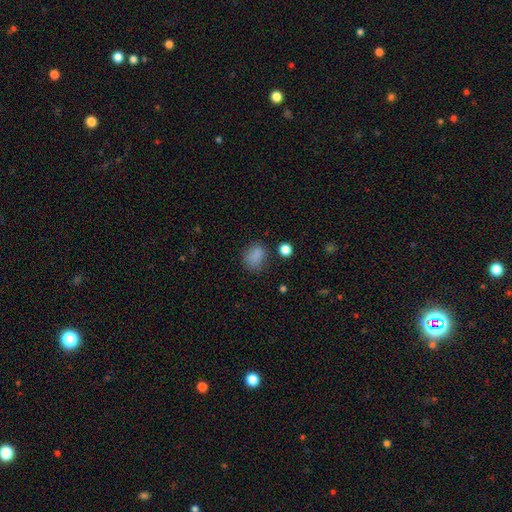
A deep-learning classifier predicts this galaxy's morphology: smooth 82%, star or artifact 13%, featured or disk 5%. Down the decision tree: how rounded — in between (60%); merging — none (68%).